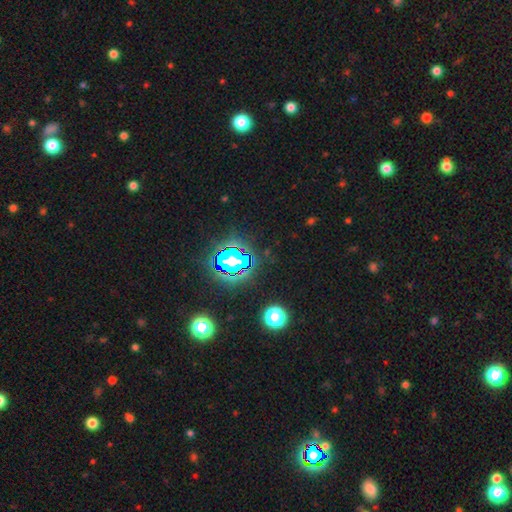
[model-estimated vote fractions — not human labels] Smooth or featured: star or artifact — 81% (smooth — 12%)